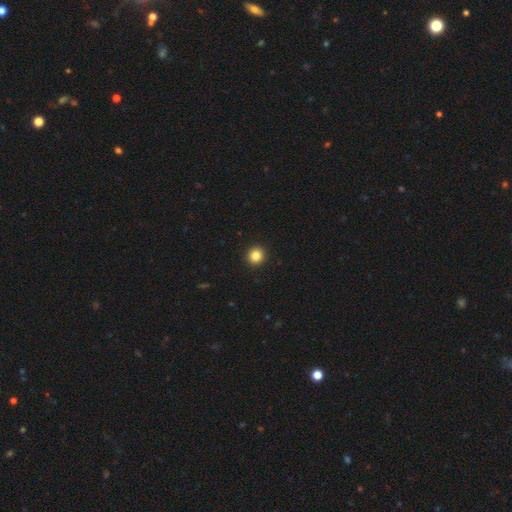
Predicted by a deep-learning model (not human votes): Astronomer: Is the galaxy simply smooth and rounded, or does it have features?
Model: smooth — 85%.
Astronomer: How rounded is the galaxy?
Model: round — 92%.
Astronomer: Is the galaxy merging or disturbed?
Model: none — 94%.